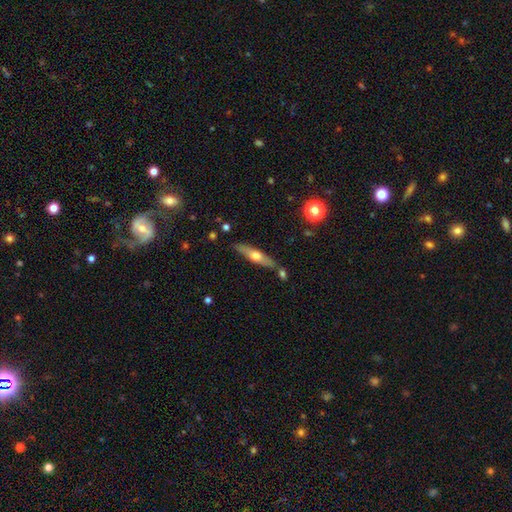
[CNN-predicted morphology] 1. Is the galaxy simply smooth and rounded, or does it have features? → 52% featured or disk, 43% smooth, 6% star or artifact.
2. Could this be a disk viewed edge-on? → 86% yes, 14% no.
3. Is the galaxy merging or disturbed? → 78% none, 13% minor disturbance, 7% merger, 3% major disturbance.